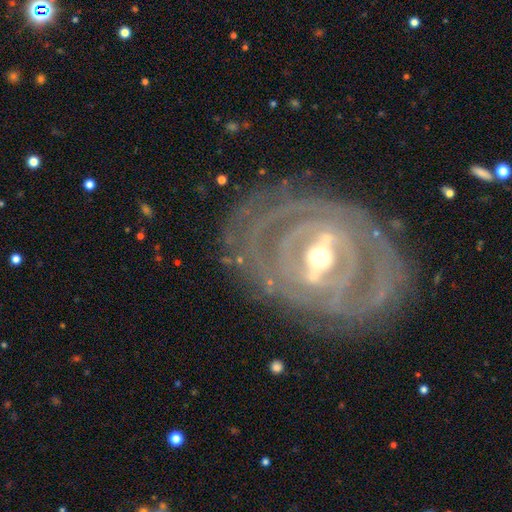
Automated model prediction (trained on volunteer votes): smooth_or_featured: featured or disk (p=0.88) [alt: smooth p=0.06]
disk_edge_on: no (p=0.93) [alt: yes p=0.07]
bar: strong (p=0.55) [alt: weak p=0.32]
has_spiral_arms: yes (p=0.88) [alt: no p=0.12]
spiral_winding: tight (p=0.83) [alt: medium p=0.13]
spiral_arm_count: can't tell (p=0.40) [alt: 2 p=0.17]
bulge_size: moderate (p=0.64) [alt: small p=0.29]
merging: none (p=0.80) [alt: minor disturbance p=0.12]